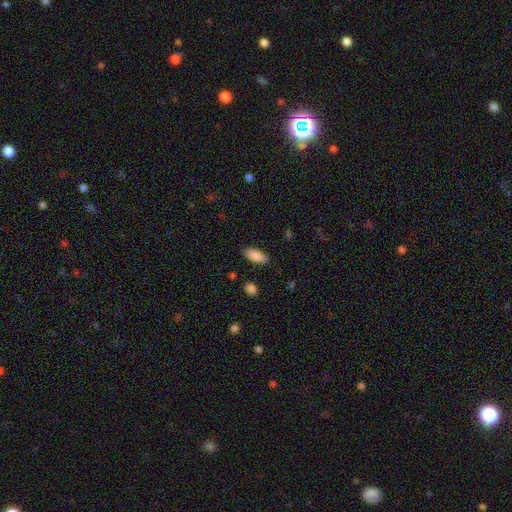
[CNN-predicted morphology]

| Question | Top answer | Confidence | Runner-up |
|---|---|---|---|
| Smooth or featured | smooth | 88% | star or artifact (6%) |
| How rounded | in between | 81% | cigar-shaped (17%) |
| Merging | none | 87% | minor disturbance (9%) |